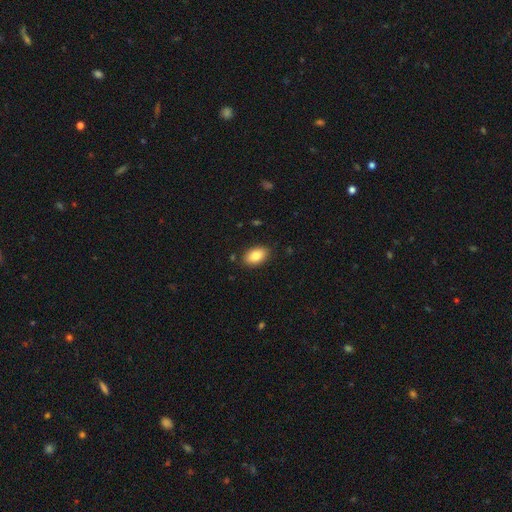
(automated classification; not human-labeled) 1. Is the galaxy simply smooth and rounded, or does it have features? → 84% smooth, 8% featured or disk, 7% star or artifact.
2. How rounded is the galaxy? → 92% in between, 6% round, 2% cigar-shaped.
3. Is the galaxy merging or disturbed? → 87% none, 10% minor disturbance, 2% major disturbance, 1% merger.